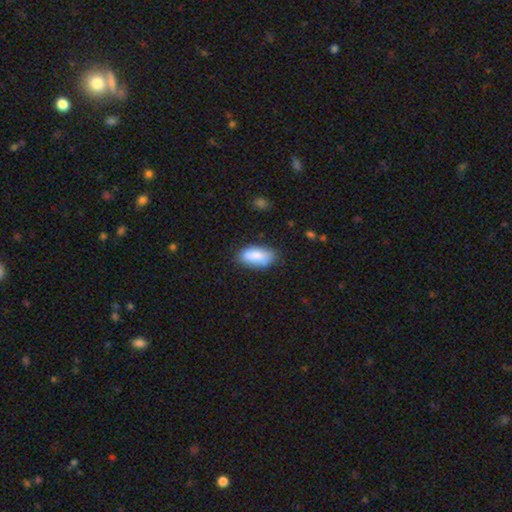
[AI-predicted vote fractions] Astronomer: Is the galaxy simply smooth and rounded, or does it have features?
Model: smooth — 85%.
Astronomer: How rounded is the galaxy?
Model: in between — 90%.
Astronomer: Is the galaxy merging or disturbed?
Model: none — 73%.